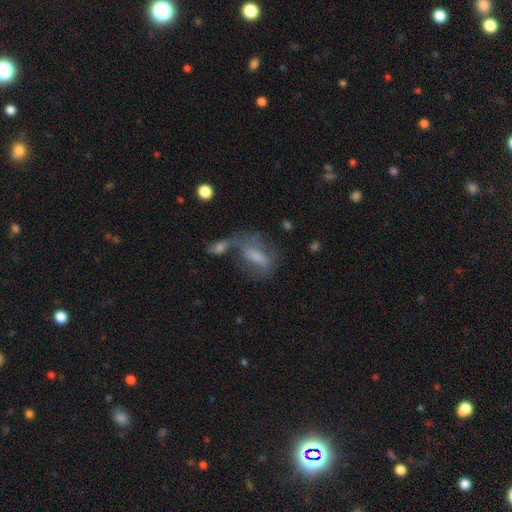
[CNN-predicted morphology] A smooth galaxy with no disk features (47%). Merging: merger (34%).